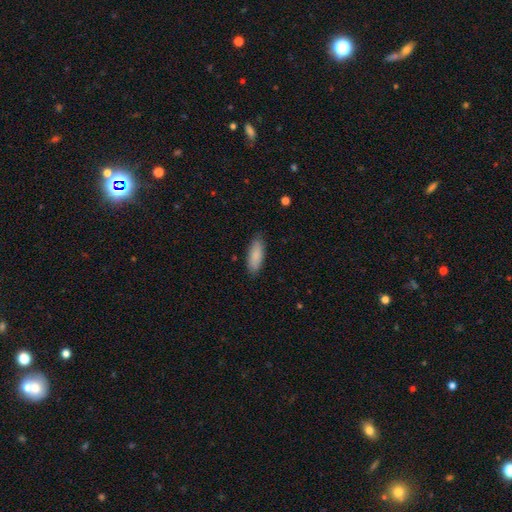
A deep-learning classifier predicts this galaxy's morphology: A smooth galaxy with no disk features (88%) that is in between round and cigar-shaped (71%). Merging: none (86%).